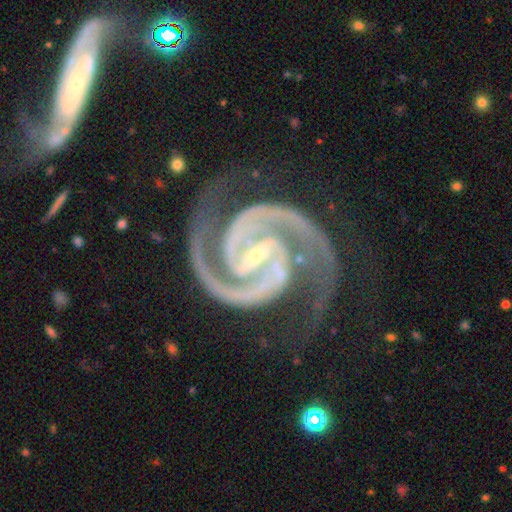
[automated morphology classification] Smooth or featured: featured or disk — 95% (star or artifact — 3%)
Edge-on disk: no — 98% (yes — 2%)
Bar: strong — 59% (weak — 29%)
Spiral arms: yes — 99% (no — 1%)
Spiral winding: tight — 53% (medium — 42%)
Spiral arm count: 2 — 94% (3 — 2%)
Bulge size: small — 80% (moderate — 13%)
Merging: none — 76% (minor disturbance — 15%)